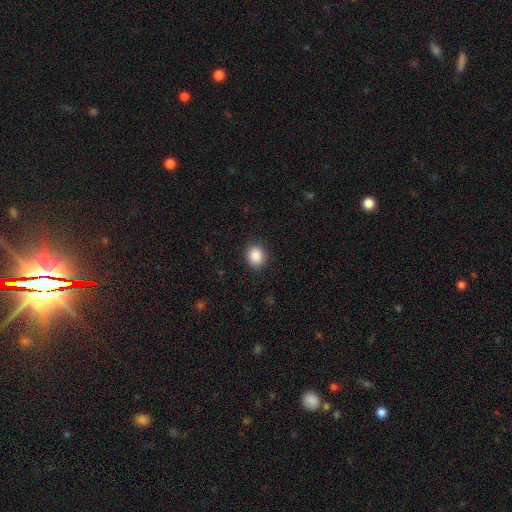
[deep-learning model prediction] smooth-or-featured: smooth: 89% | star or artifact: 8% | featured or disk: 3%
  how-rounded: round: 70% | in between: 29% | cigar-shaped: 1%
  merging: none: 89% | minor disturbance: 8% | major disturbance: 2% | merger: 1%